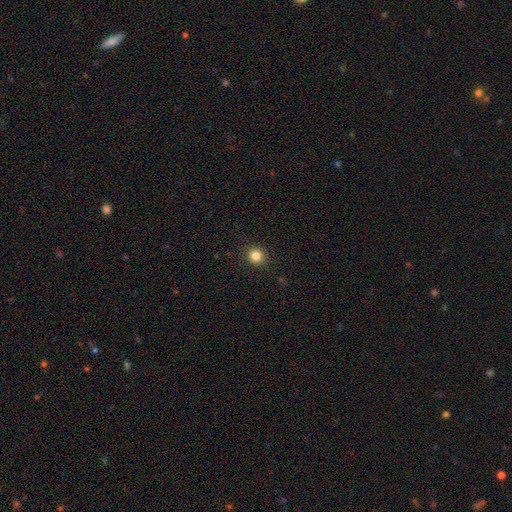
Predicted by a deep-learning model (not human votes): smooth_or_featured: smooth (p=0.84) [alt: star or artifact p=0.12]
how_rounded: round (p=0.91) [alt: in between p=0.08]
merging: none (p=0.92) [alt: minor disturbance p=0.06]